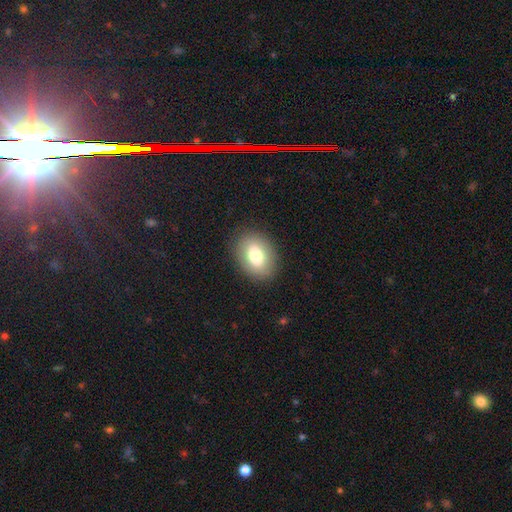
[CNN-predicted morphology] The model was most divided on "how rounded": in between: 75%, round: 23%, cigar-shaped: 1%. More confident: merging — none (86%); smooth or featured — smooth (75%).